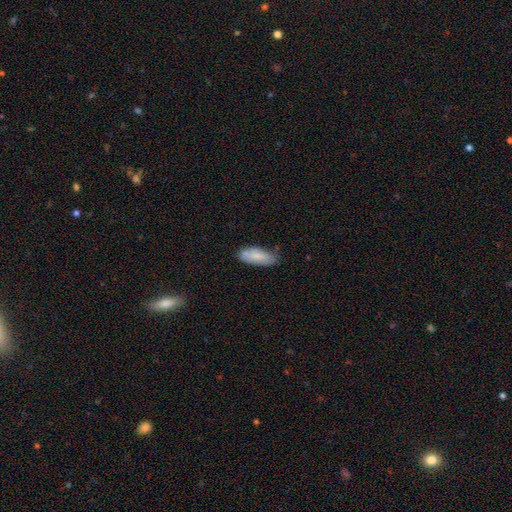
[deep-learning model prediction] Smooth or featured? smooth (79%)
How rounded? in between (77%)
Merging? none (70%)